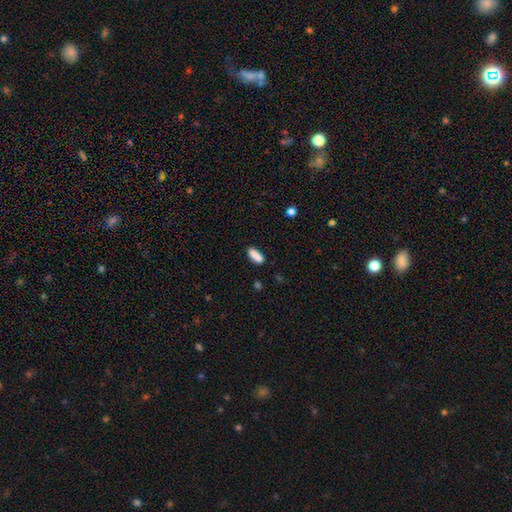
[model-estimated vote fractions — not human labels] This is clearly a smooth galaxy (86%). How rounded: likely in between (65%). Merging: likely none (79%).